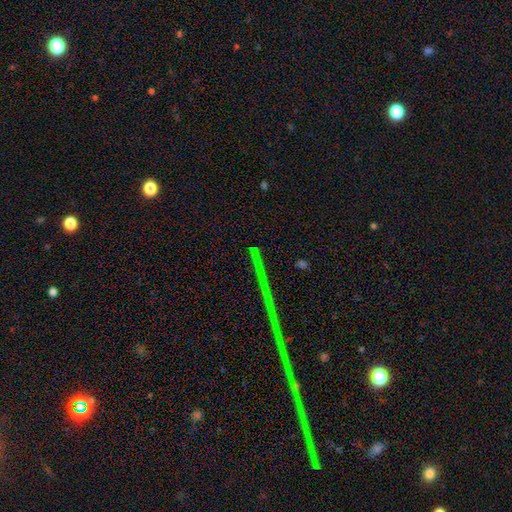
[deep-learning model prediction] Overall: star or artifact (75%).